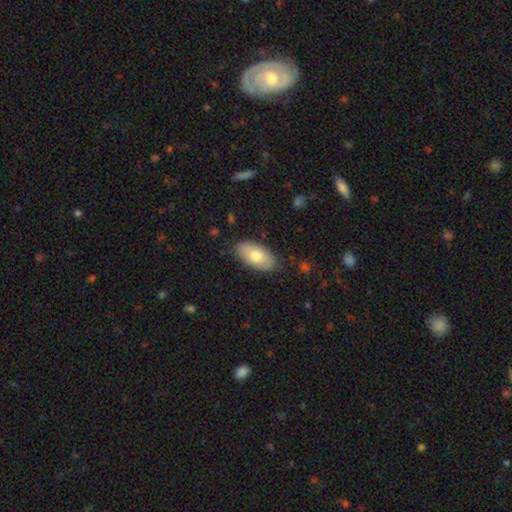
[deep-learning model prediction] The model was most divided on "smooth or featured": smooth: 74%, featured or disk: 20%, star or artifact: 6%. More confident: how rounded — in between (94%); merging — none (84%).